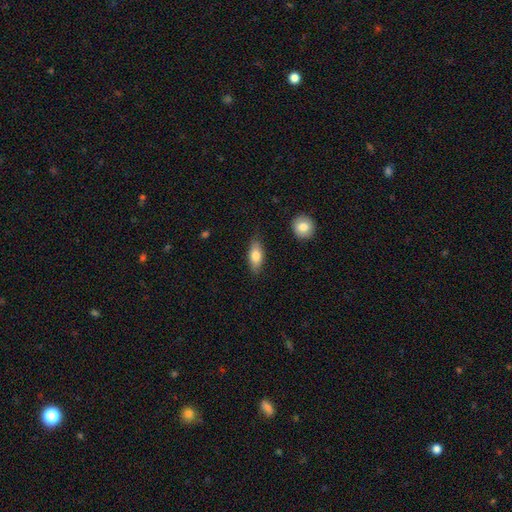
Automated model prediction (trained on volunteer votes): Morphology: type=smooth (75%); roundness=in between (79%); merging=none (82%).